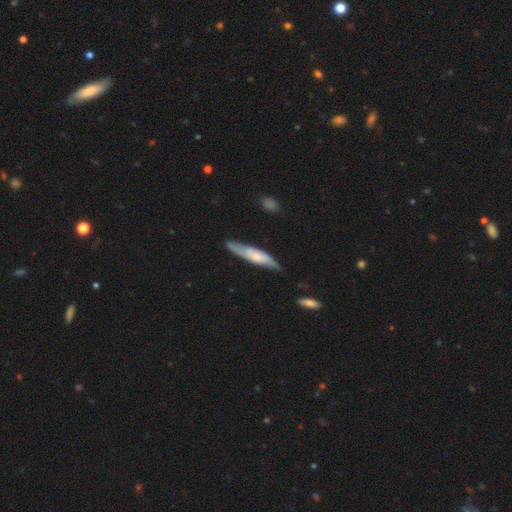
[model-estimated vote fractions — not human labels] This appears to be a featured or disk galaxy (48%). Merging: none (72%).